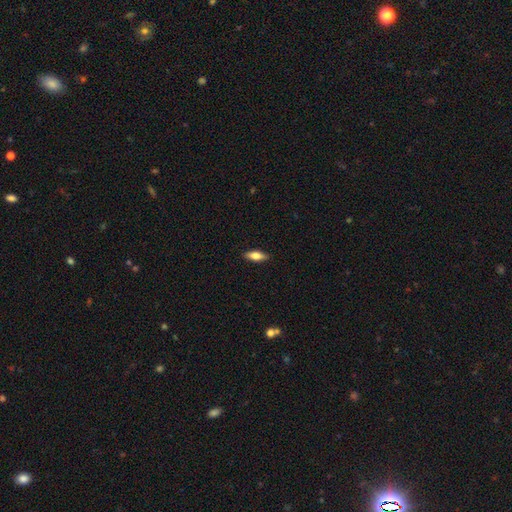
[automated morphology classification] The model was most divided on "how rounded": in between: 68%, cigar-shaped: 30%, round: 3%. More confident: merging — none (89%); smooth or featured — smooth (66%).